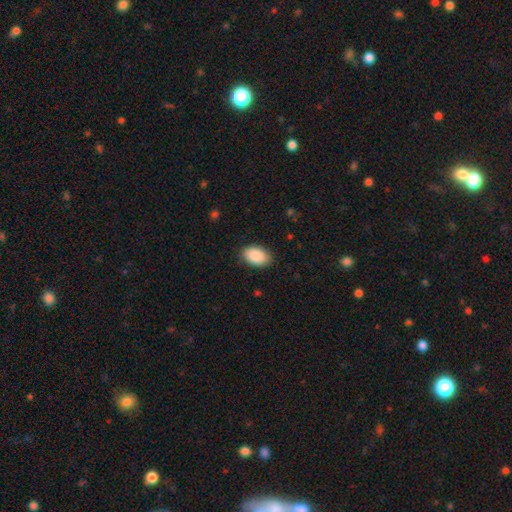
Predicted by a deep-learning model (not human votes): A smooth galaxy with no disk features (91%) that is in between round and cigar-shaped (93%).

Vote fractions:
- Smooth or featured? smooth: 91% / star or artifact: 6% / featured or disk: 3%
- How rounded? in between: 93% / round: 6% / cigar-shaped: 1%
- Merging? none: 86% / minor disturbance: 11% / major disturbance: 2% / merger: 1%